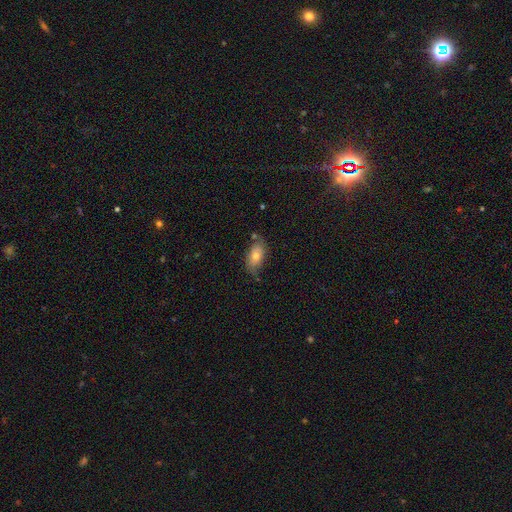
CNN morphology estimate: A smooth galaxy with no disk features (68%) that is in between round and cigar-shaped (88%).

Vote fractions:
- Smooth or featured? smooth: 68% / featured or disk: 22% / star or artifact: 10%
- How rounded? in between: 88% / cigar-shaped: 7% / round: 5%
- Merging? none: 70% / minor disturbance: 21% / major disturbance: 5% / merger: 5%